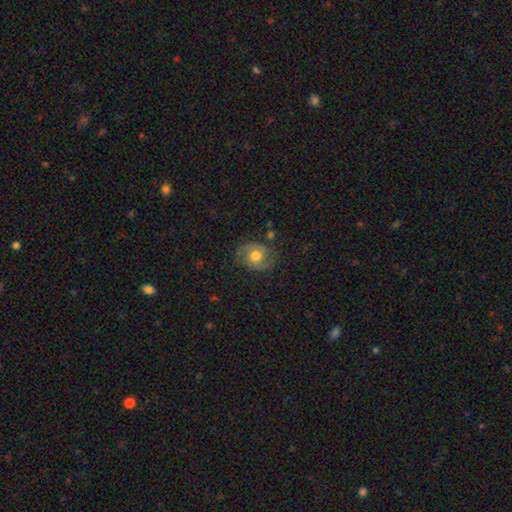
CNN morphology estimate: A featured or disk galaxy (65%) with no bar (71%), 2 (88%) medium (49%) spiral arms (86%) and a moderate central bulge (73%). Merging: none (76%).